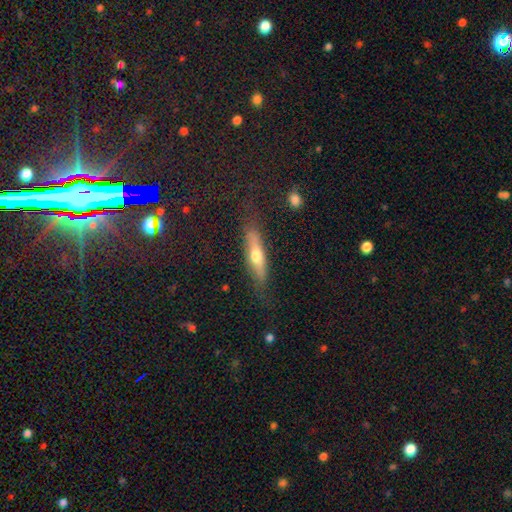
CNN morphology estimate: This appears to be a smooth galaxy with no disk features (48%). Merging: none (77%).